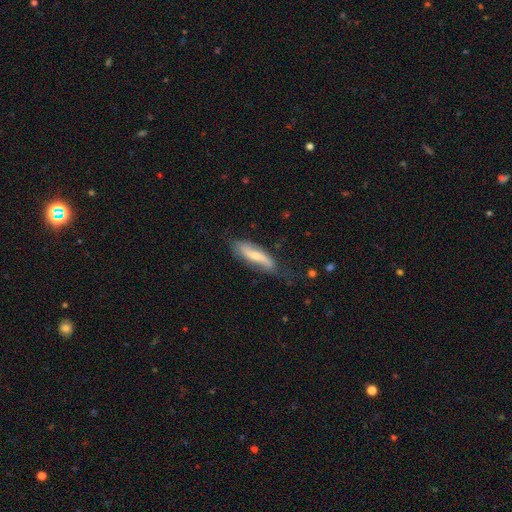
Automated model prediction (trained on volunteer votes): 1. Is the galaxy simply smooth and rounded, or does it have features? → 51% featured or disk, 42% smooth, 6% star or artifact.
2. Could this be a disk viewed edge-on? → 69% no, 31% yes.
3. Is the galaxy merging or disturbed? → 59% none, 29% minor disturbance, 10% major disturbance, 2% merger.